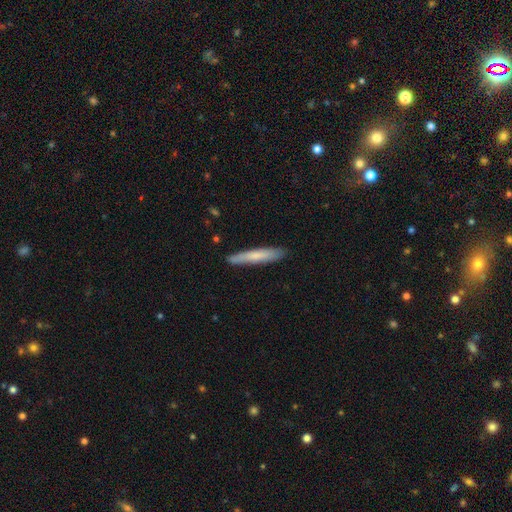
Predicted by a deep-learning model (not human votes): This appears to be a smooth galaxy with no disk features (68%) that is cigar-shaped (94%). Merging: none (87%).